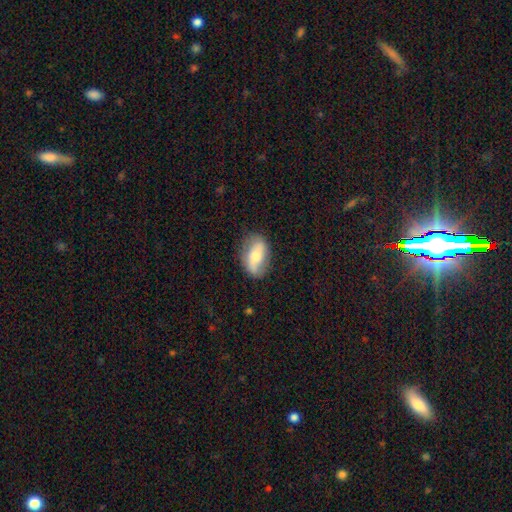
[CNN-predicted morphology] smooth_or_featured: featured or disk (p=0.49) [alt: smooth p=0.44]
merging: none (p=0.79) [alt: minor disturbance p=0.16]